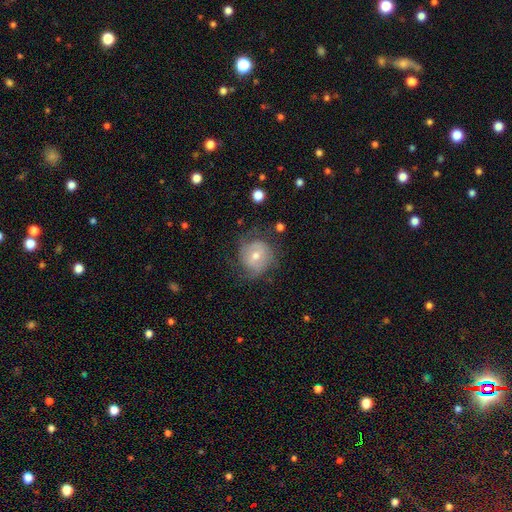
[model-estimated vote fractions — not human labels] Q: Smooth or featured?
A: featured or disk (55%); runner-up: smooth (36%)
Q: Edge-on disk?
A: no (96%); runner-up: yes (4%)
Q: Bar?
A: no (70%); runner-up: weak (24%)
Q: Spiral arms?
A: yes (68%); runner-up: no (32%)
Q: Bulge size?
A: moderate (56%); runner-up: small (39%)
Q: Merging?
A: none (61%); runner-up: minor disturbance (22%)